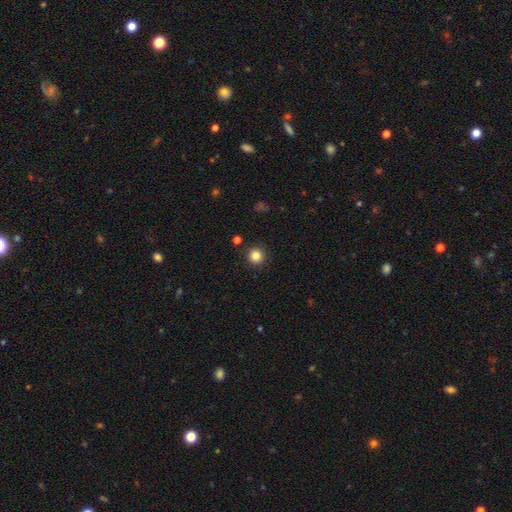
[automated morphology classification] This is clearly a smooth galaxy (84%). How rounded: clearly round (94%). Merging: clearly none (90%).